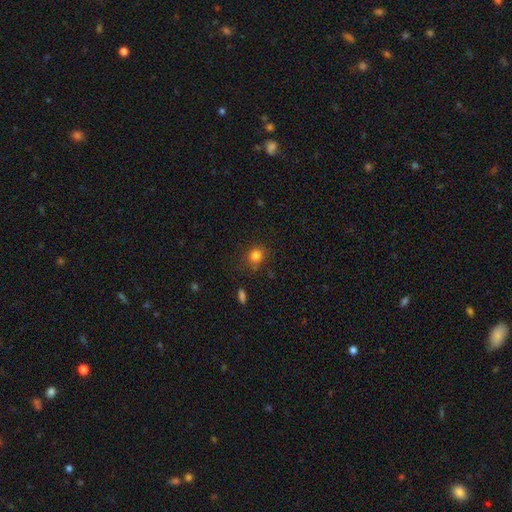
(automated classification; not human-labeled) Smooth or featured? smooth (82%)
How rounded? round (78%)
Merging? none (79%)